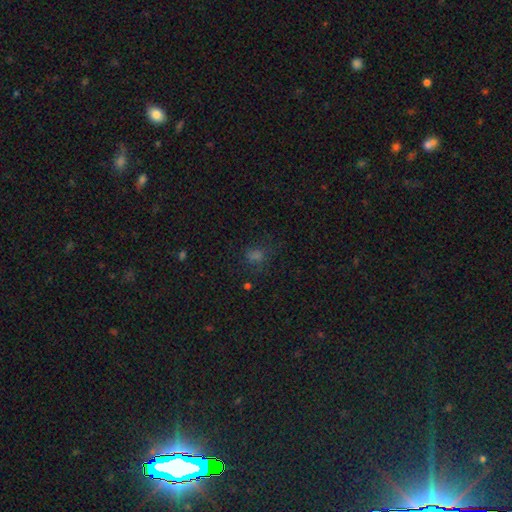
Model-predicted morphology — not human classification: smooth_or_featured: smooth (p=0.51) [alt: star or artifact p=0.39]
how_rounded: round (p=0.61) [alt: in between p=0.37]
merging: none (p=0.68) [alt: minor disturbance p=0.17]